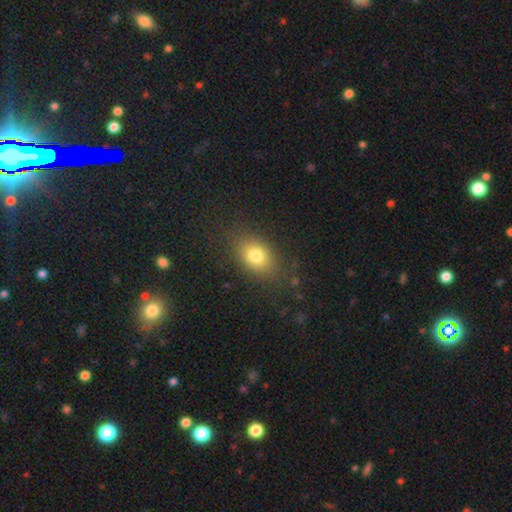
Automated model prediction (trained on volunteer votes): This appears to be a smooth galaxy with no disk features (77%) that is in between round and cigar-shaped (74%). Merging: none (81%).